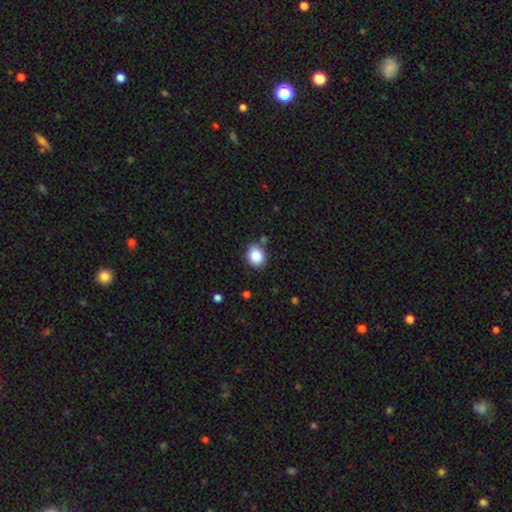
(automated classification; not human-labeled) A smooth galaxy with no disk features (85%) that is round (62%).

Vote fractions:
- Smooth or featured? smooth: 85% / star or artifact: 10% / featured or disk: 6%
- How rounded? round: 62% / in between: 37% / cigar-shaped: 1%
- Merging? none: 80% / minor disturbance: 12% / merger: 5% / major disturbance: 3%